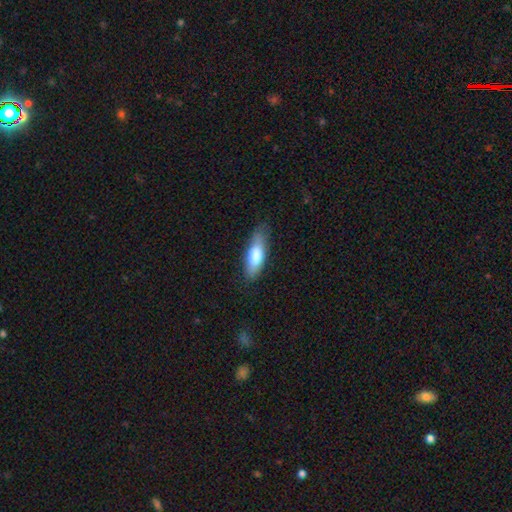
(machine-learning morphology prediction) This is likely a smooth galaxy (76%). How rounded: likely in between (61%). Merging: likely none (71%).